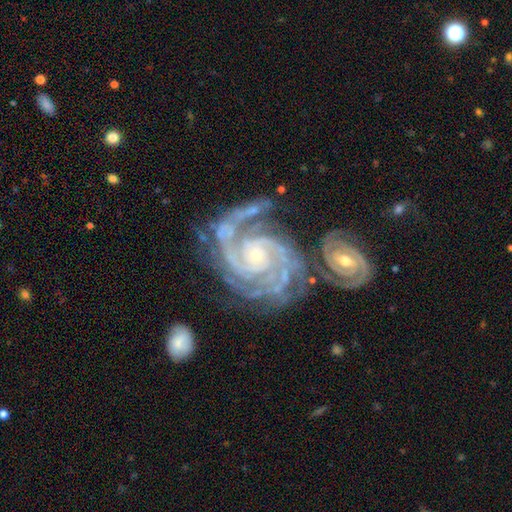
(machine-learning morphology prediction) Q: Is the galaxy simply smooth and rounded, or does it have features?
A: featured or disk — 93%.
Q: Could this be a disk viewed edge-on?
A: no — 98%.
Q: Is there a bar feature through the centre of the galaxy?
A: no — 67%.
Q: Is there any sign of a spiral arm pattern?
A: yes — 99%.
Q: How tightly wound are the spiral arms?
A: tight — 70%.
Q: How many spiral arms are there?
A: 2 — 34%.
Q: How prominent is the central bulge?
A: small — 78%.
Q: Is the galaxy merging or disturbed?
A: none — 43%.